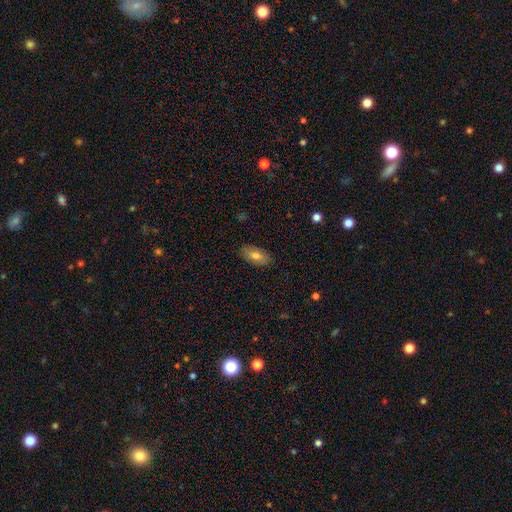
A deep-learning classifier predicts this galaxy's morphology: A smooth galaxy with no disk features (74%) that is in between round and cigar-shaped (91%).

Vote fractions:
- Smooth or featured? smooth: 74% / featured or disk: 20% / star or artifact: 7%
- How rounded? in between: 91% / cigar-shaped: 6% / round: 3%
- Merging? none: 86% / minor disturbance: 11% / major disturbance: 2% / merger: 1%